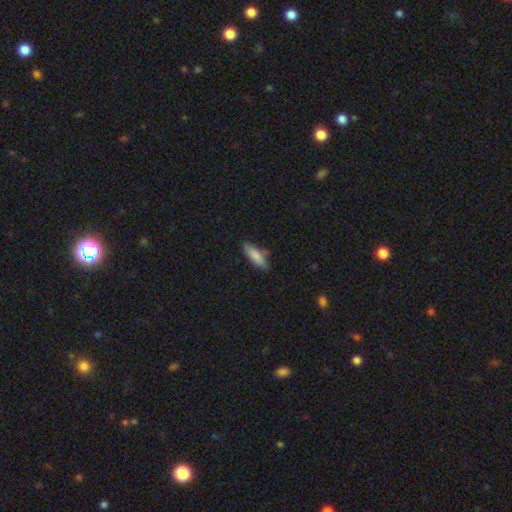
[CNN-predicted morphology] smooth_or_featured: smooth (p=0.84) [alt: featured or disk p=0.10]
how_rounded: in between (p=0.52) [alt: cigar-shaped p=0.46]
merging: none (p=0.76) [alt: minor disturbance p=0.17]